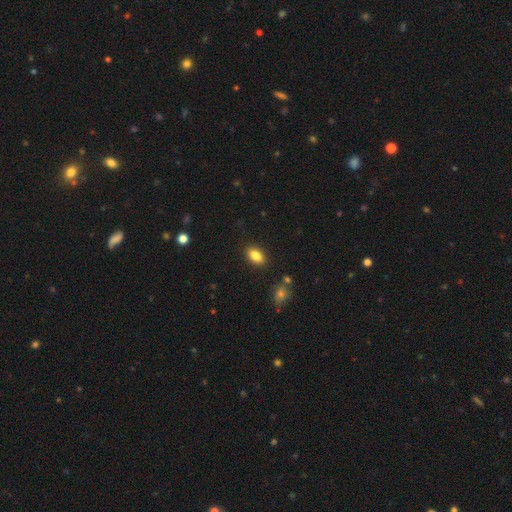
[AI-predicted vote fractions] This is clearly a smooth galaxy (84%). How rounded: clearly in between (89%). Merging: clearly none (87%).